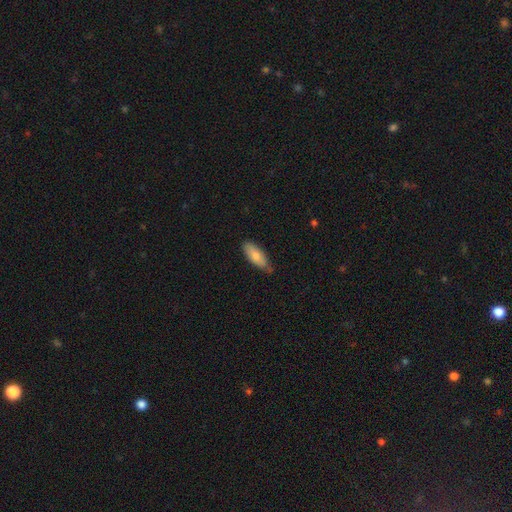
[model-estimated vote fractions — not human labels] The model was most divided on "how rounded": in between: 69%, cigar-shaped: 29%, round: 2%. More confident: smooth or featured — smooth (78%); merging — none (67%).